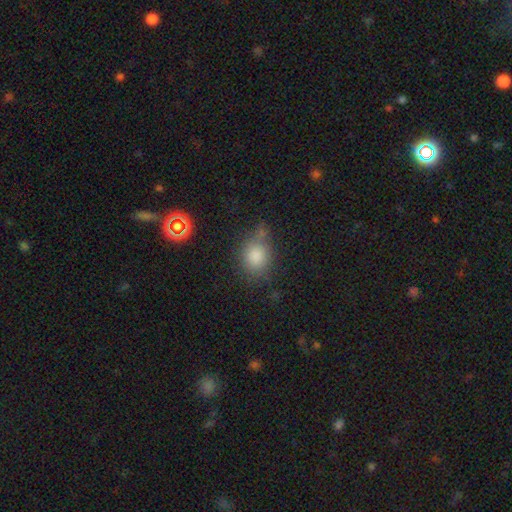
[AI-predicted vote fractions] Smooth or featured? Predicted: smooth (p=0.81). How rounded? Predicted: round (p=0.58). Merging? Predicted: none (p=0.60).